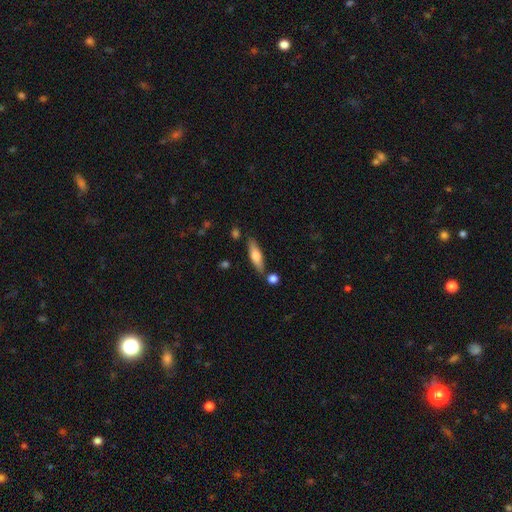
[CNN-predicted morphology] This is likely a smooth galaxy (62%). How rounded: likely cigar-shaped (63%). Merging: clearly none (80%).